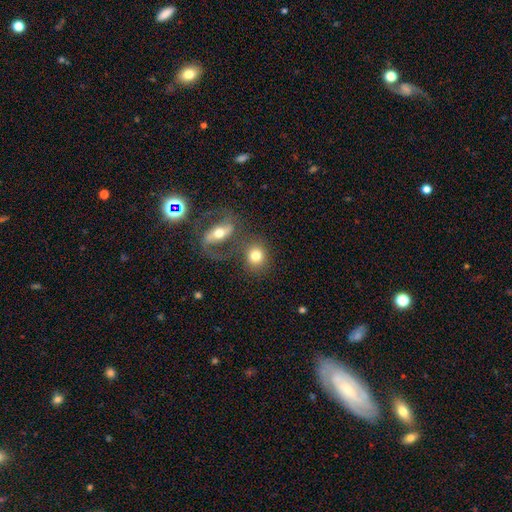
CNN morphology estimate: smooth_or_featured: smooth (p=0.73) [alt: featured or disk p=0.19]
how_rounded: round (p=0.77) [alt: in between p=0.22]
merging: none (p=0.57) [alt: merger p=0.28]